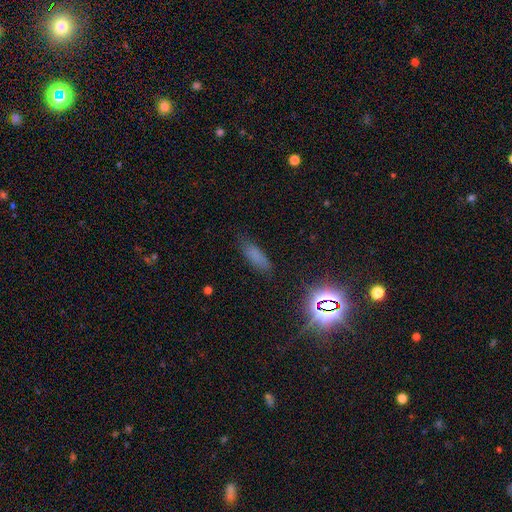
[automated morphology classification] This is likely a smooth galaxy (68%). How rounded: possibly in between (54%). Merging: likely none (76%).